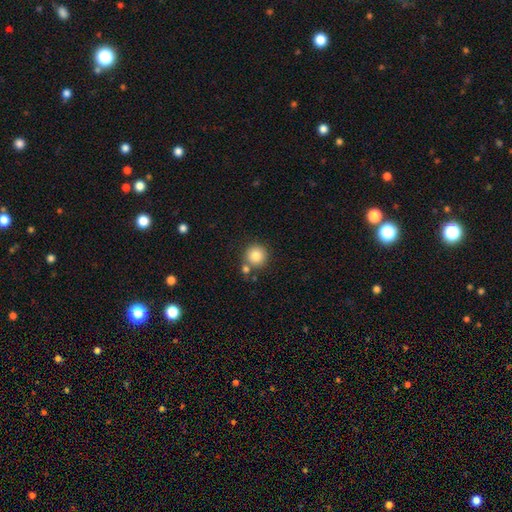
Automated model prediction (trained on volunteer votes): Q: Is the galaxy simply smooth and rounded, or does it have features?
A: smooth — 84%.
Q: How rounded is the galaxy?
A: round — 94%.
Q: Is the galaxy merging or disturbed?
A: none — 73%.